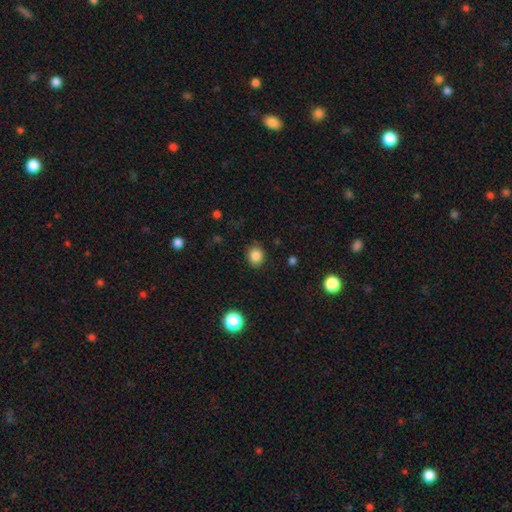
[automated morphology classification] A smooth galaxy with no disk features (85%) that is round (75%). Merging: none (87%).